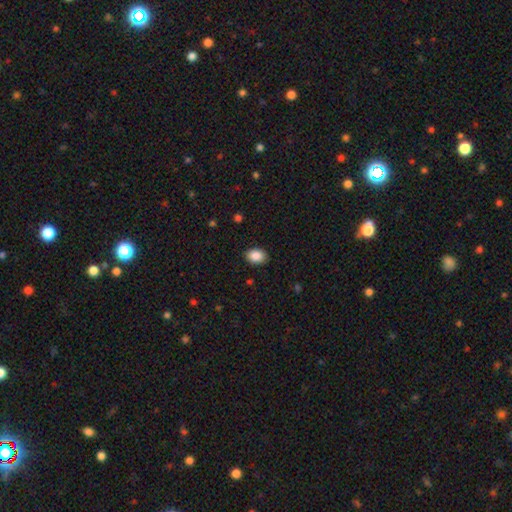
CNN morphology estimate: Smooth or featured? Predicted: smooth (p=0.88). How rounded? Predicted: in between (p=0.76). Merging? Predicted: none (p=0.89).